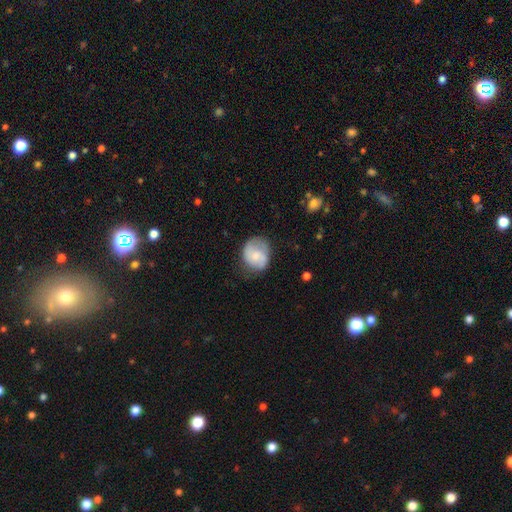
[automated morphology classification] Overall: featured or disk (48%; smooth 45%). Merging: none (61%; minor disturbance 26%).